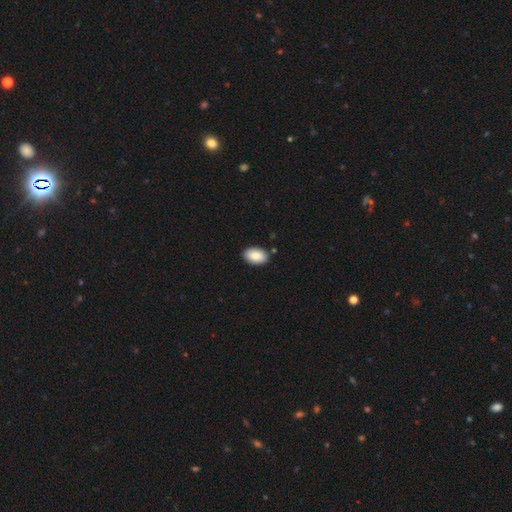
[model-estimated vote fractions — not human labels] A smooth galaxy with no disk features (86%) that is in between round and cigar-shaped (90%). Merging: none (88%).